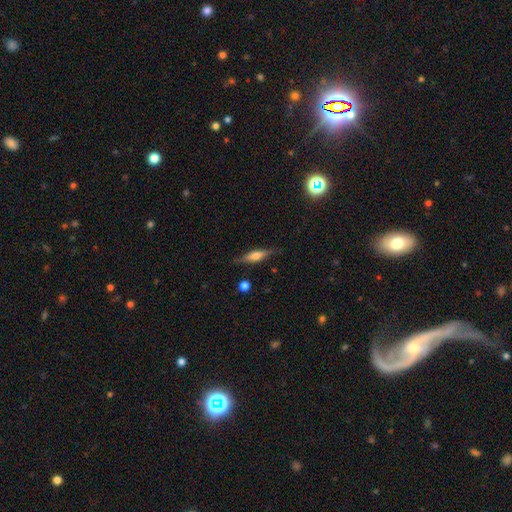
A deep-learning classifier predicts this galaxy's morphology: Smooth or featured: featured or disk — 56% (smooth — 37%)
Edge-on disk: yes — 95% (no — 5%)
Edge-on bulge: rounded — 75% (boxy — 18%)
Merging: none — 84% (minor disturbance — 11%)